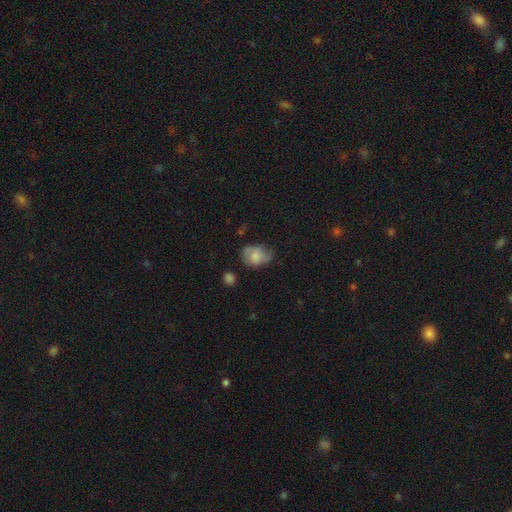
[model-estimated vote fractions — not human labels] This appears to be a smooth galaxy with no disk features (67%) that is in between round and cigar-shaped (65%). Merging: none (46%).